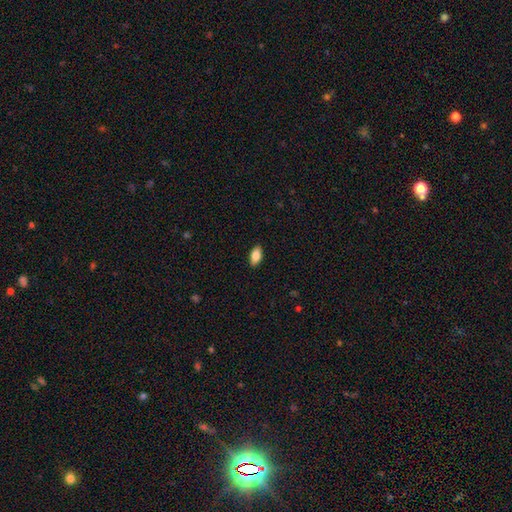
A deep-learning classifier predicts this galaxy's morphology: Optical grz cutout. It shows a smooth galaxy with no disk features (83%) that is in between round and cigar-shaped (92%). Merging: none (89%).